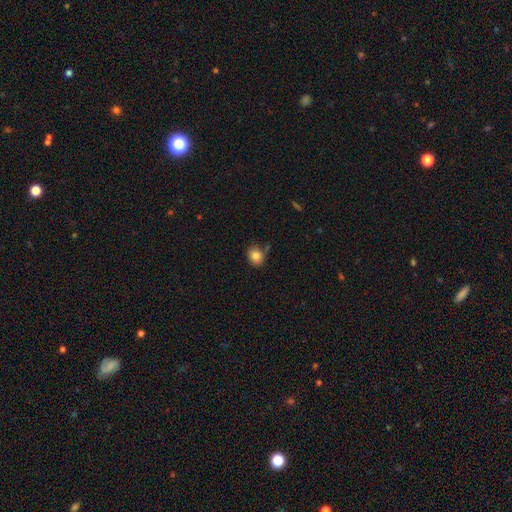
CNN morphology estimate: A smooth galaxy with no disk features (84%) that is round (69%).

Vote fractions:
- Smooth or featured? smooth: 84% / star or artifact: 10% / featured or disk: 6%
- How rounded? round: 69% / in between: 30% / cigar-shaped: 1%
- Merging? none: 72% / minor disturbance: 17% / merger: 6% / major disturbance: 4%